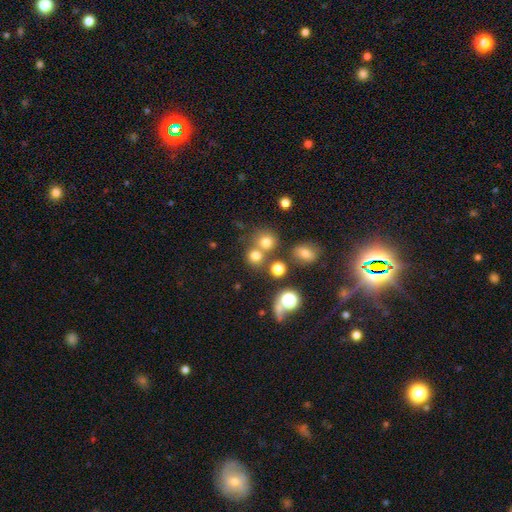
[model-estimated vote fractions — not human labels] A smooth galaxy with no disk features (72%) that is round (86%).

Vote fractions:
- Smooth or featured? smooth: 72% / star or artifact: 19% / featured or disk: 9%
- How rounded? round: 86% / in between: 13% / cigar-shaped: 1%
- Merging? none: 58% / merger: 29% / minor disturbance: 8% / major disturbance: 5%